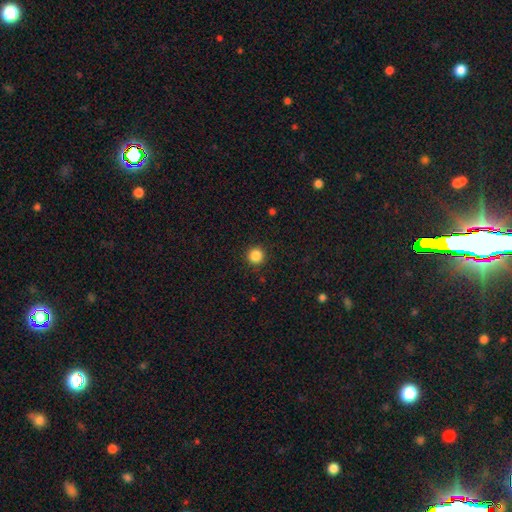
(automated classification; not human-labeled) smooth 86%, star or artifact 11%, featured or disk 3%. Down the decision tree: how rounded — round (95%); merging — none (92%).